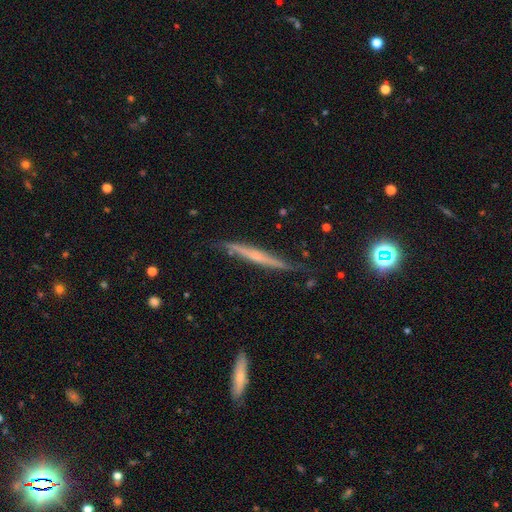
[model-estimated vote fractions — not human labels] Smooth or featured?
  - featured or disk: 63% *
  - smooth: 30%
  - star or artifact: 7%
Edge-on disk?
  - yes: 94% *
  - no: 6%
Edge-on bulge?
  - none: 55% *
  - rounded: 37%
  - boxy: 7%
Merging?
  - none: 77% *
  - minor disturbance: 19%
  - major disturbance: 3%
  - merger: 2%